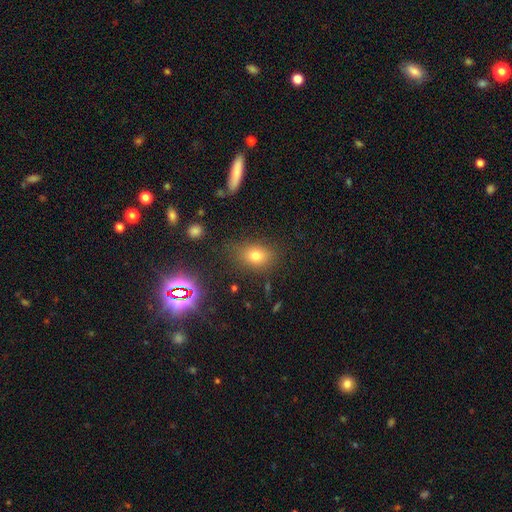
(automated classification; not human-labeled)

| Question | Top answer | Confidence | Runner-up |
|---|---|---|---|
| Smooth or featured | smooth | 73% | star or artifact (16%) |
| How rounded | in between | 63% | round (35%) |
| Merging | none | 77% | minor disturbance (15%) |